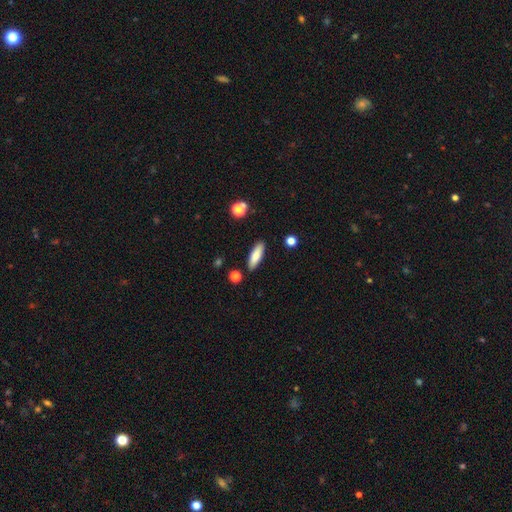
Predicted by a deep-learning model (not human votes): smooth_or_featured: smooth (p=0.80) [alt: featured or disk p=0.13]
how_rounded: cigar-shaped (p=0.52) [alt: in between p=0.46]
merging: none (p=0.87) [alt: minor disturbance p=0.09]